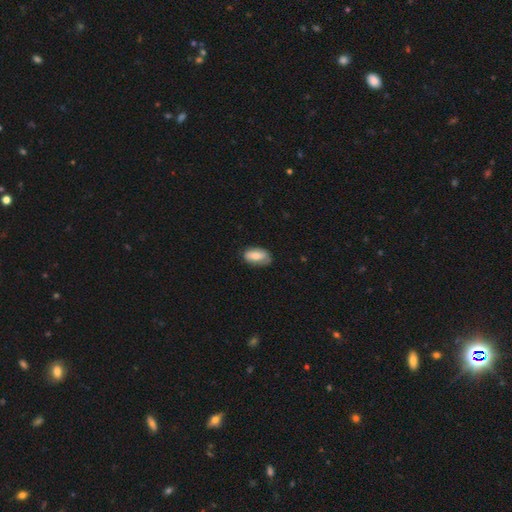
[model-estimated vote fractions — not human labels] smooth_or_featured: smooth (p=0.76) [alt: featured or disk p=0.17]
how_rounded: in between (p=0.92) [alt: round p=0.04]
merging: none (p=0.69) [alt: minor disturbance p=0.25]